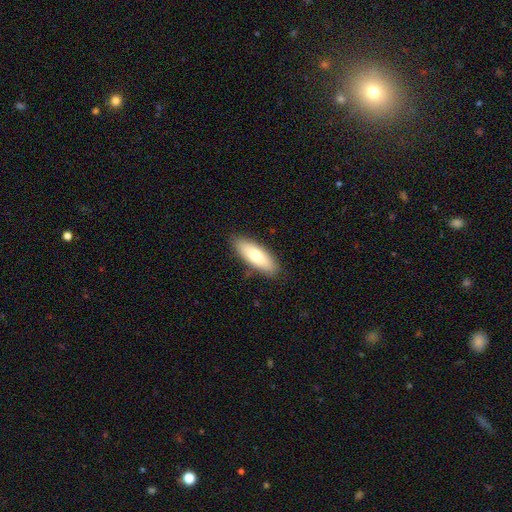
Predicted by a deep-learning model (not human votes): This is likely a smooth galaxy (73%). How rounded: likely in between (66%). Merging: clearly none (86%).